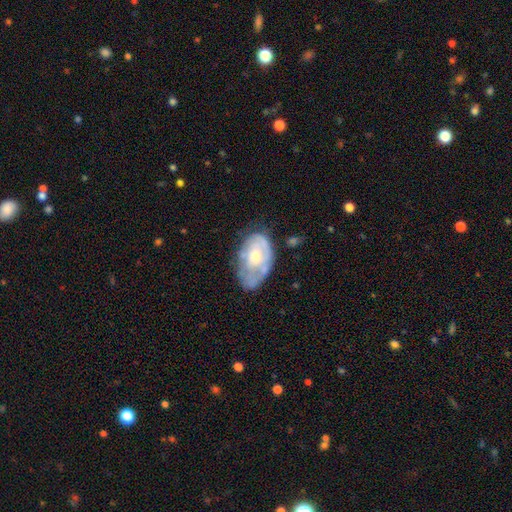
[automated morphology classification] Smooth or featured? Predicted: featured or disk (p=0.57). Edge-on disk? Predicted: no (p=0.95). Bar? Predicted: no (p=0.82). Spiral arms? Predicted: no (p=0.56). Bulge size? Predicted: small (p=0.47, tied with moderate). Merging? Predicted: none (p=0.46).